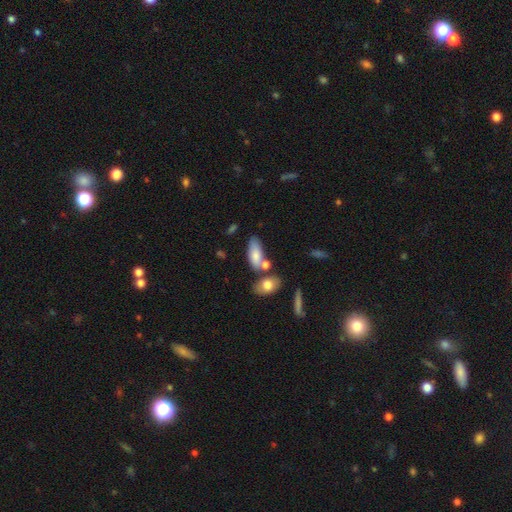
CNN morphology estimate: A smooth galaxy with no disk features (76%) that is in between round and cigar-shaped (83%). Merging: none (50%).